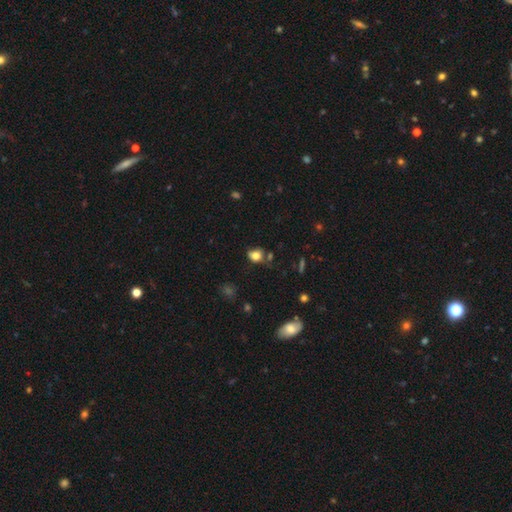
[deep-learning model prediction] A smooth galaxy with no disk features (77%) that is round (53%).

Vote fractions:
- Smooth or featured? smooth: 77% / star or artifact: 12% / featured or disk: 10%
- How rounded? round: 53% / in between: 45% / cigar-shaped: 2%
- Merging? none: 55% / minor disturbance: 25% / merger: 12% / major disturbance: 8%